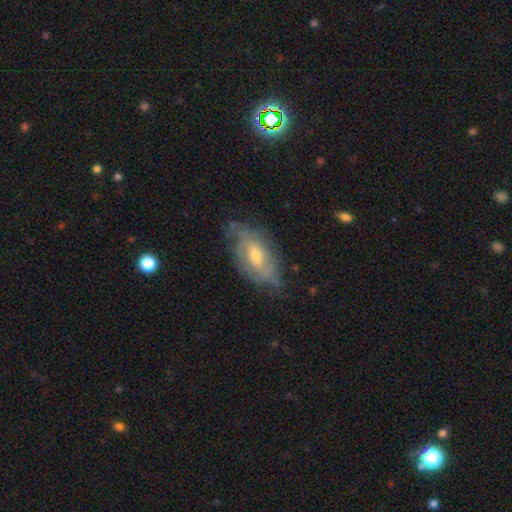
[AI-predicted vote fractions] This appears to be a featured or disk galaxy (67%) with no bar (50%), spiral arms (76%) and a moderate central bulge (51%). Merging: none (60%).